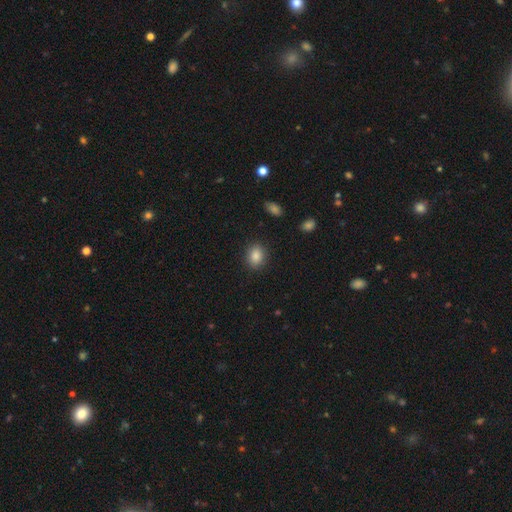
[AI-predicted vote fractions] This appears to be a smooth galaxy with no disk features (85%) that is in between round and cigar-shaped (50%). Merging: none (88%).